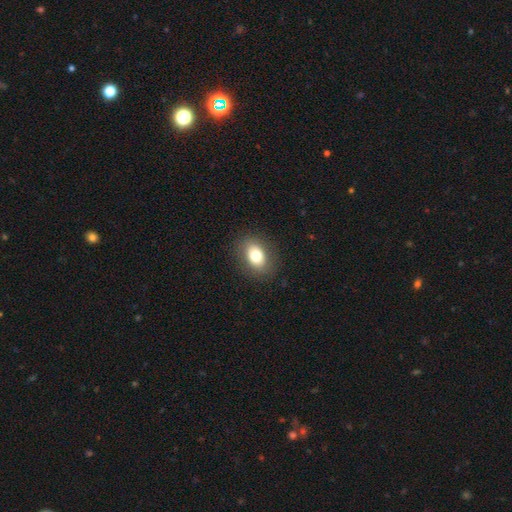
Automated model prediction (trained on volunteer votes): Q: Smooth or featured?
A: smooth (76%); runner-up: featured or disk (15%)
Q: How rounded?
A: in between (73%); runner-up: round (26%)
Q: Merging?
A: none (86%); runner-up: minor disturbance (10%)